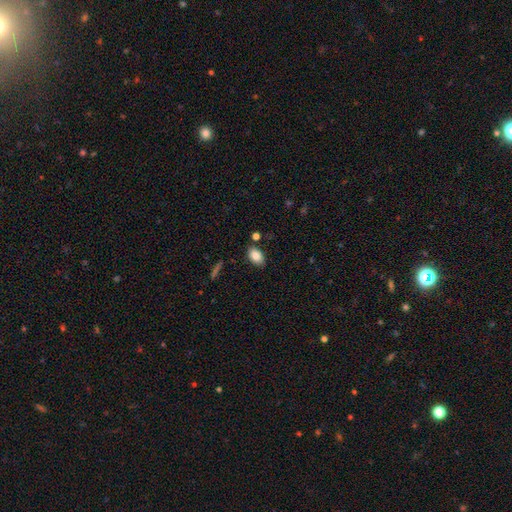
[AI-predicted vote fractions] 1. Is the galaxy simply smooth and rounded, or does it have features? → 86% smooth, 8% star or artifact, 7% featured or disk.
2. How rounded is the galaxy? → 90% in between, 8% round, 2% cigar-shaped.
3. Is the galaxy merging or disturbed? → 81% none, 12% minor disturbance, 4% merger, 3% major disturbance.